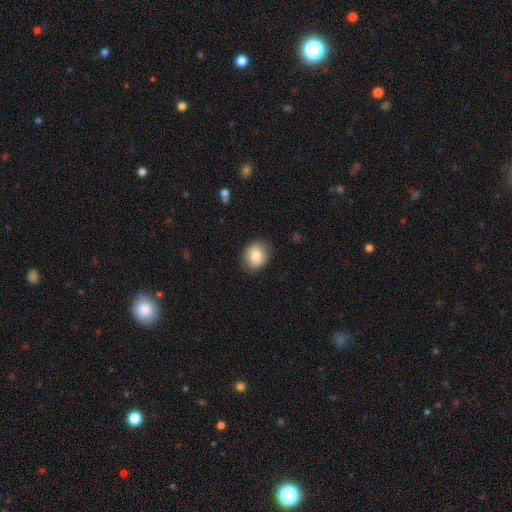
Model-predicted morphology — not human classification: smooth-or-featured: smooth: 81% | featured or disk: 10% | star or artifact: 8%
  how-rounded: round: 64% | in between: 35% | cigar-shaped: 1%
  merging: none: 86% | minor disturbance: 10% | major disturbance: 2% | merger: 1%